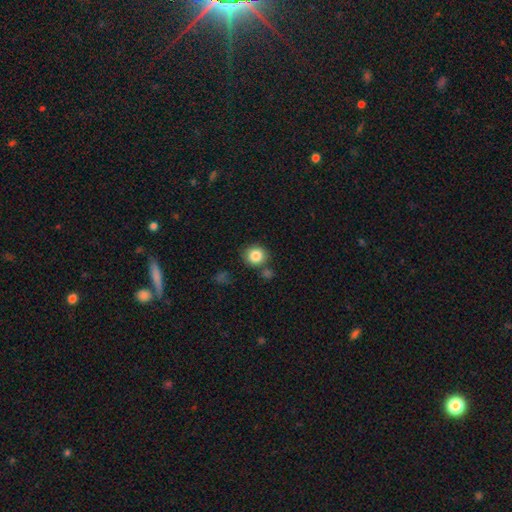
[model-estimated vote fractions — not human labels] A smooth galaxy with no disk features (85%) that is round (86%).

Vote fractions:
- Smooth or featured? smooth: 85% / star or artifact: 10% / featured or disk: 5%
- How rounded? round: 86% / in between: 13% / cigar-shaped: 1%
- Merging? none: 77% / minor disturbance: 11% / merger: 9% / major disturbance: 3%